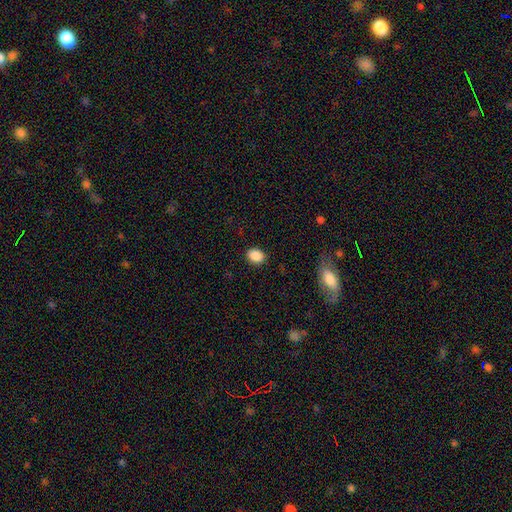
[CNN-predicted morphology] type=smooth (88%); roundness=in between (59%); merging=none (88%).